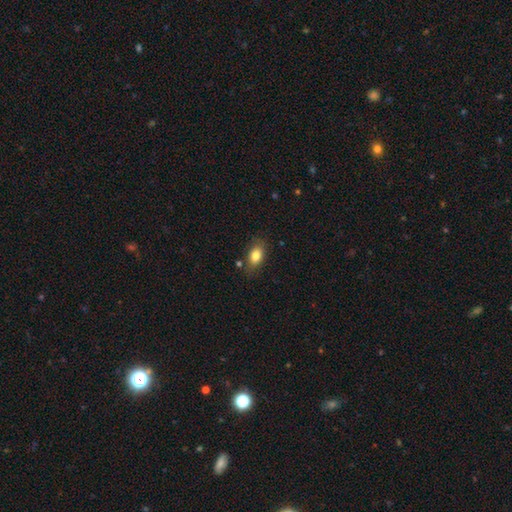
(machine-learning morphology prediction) A smooth galaxy with no disk features (82%) that is in between round and cigar-shaped (87%).

Vote fractions:
- Smooth or featured? smooth: 82% / featured or disk: 10% / star or artifact: 8%
- How rounded? in between: 87% / round: 10% / cigar-shaped: 3%
- Merging? none: 77% / minor disturbance: 15% / major disturbance: 4% / merger: 4%